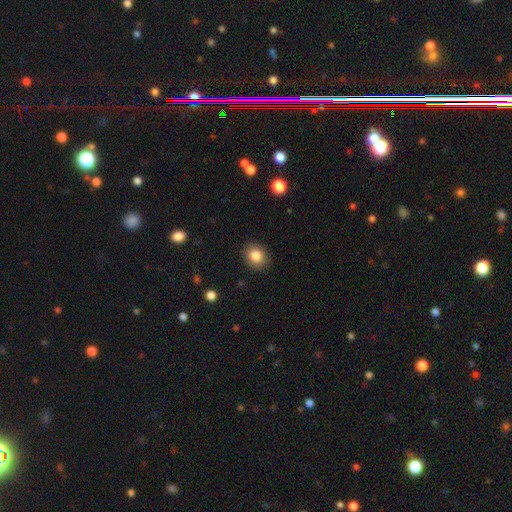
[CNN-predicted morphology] smooth_or_featured: smooth (p=0.84) [alt: star or artifact p=0.09]
how_rounded: round (p=0.61) [alt: in between p=0.38]
merging: none (p=0.88) [alt: minor disturbance p=0.08]